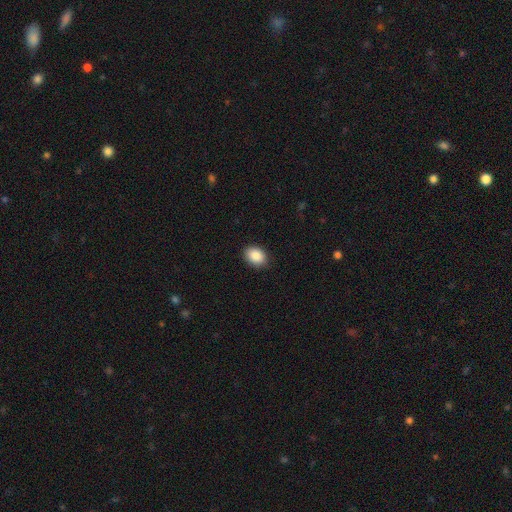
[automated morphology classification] Smooth or featured?
  - smooth: 89% *
  - star or artifact: 8%
  - featured or disk: 4%
How rounded?
  - in between: 68% *
  - round: 31%
  - cigar-shaped: 1%
Merging?
  - none: 88% *
  - minor disturbance: 9%
  - major disturbance: 2%
  - merger: 1%